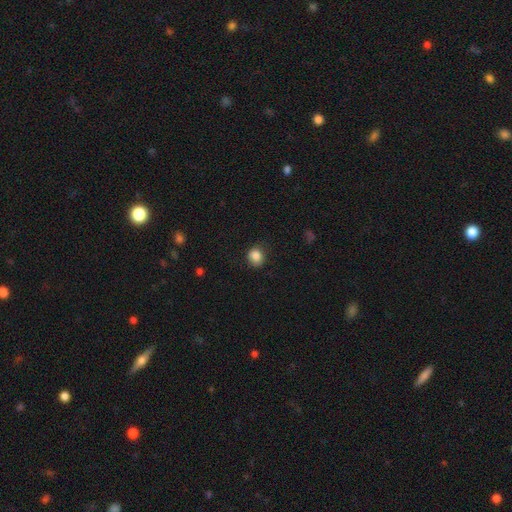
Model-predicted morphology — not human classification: This appears to be a smooth galaxy with no disk features (86%) that is round (75%). Merging: none (79%).